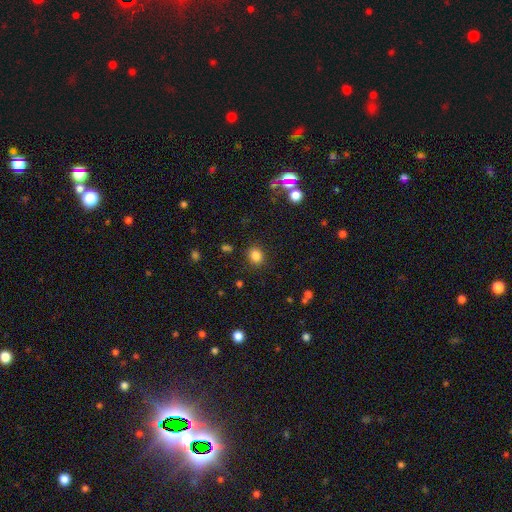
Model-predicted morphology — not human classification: This is clearly a smooth galaxy (83%). How rounded: likely round (73%). Merging: clearly none (87%).